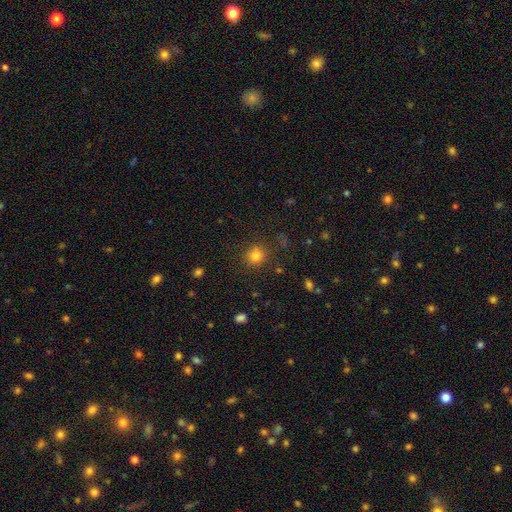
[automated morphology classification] This is likely a smooth galaxy (80%). How rounded: clearly round (87%). Merging: clearly none (81%).